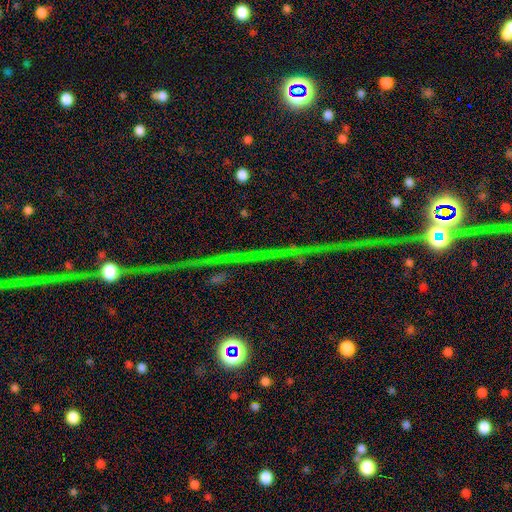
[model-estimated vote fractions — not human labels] This appears to be a star or artifact, not a galaxy (79%).